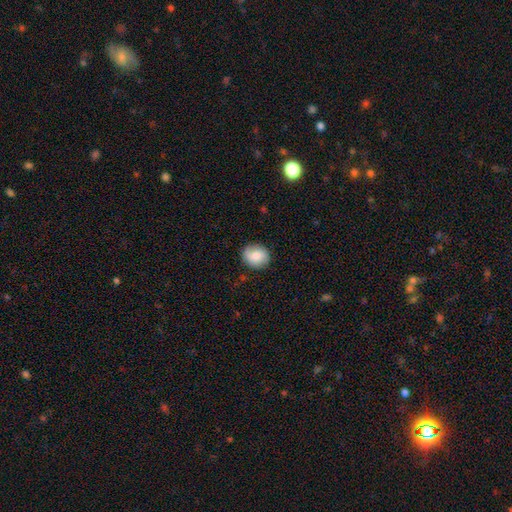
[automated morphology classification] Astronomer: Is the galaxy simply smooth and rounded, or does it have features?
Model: smooth — 75%.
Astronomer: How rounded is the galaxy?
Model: round — 75%.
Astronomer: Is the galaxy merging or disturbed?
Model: none — 84%.